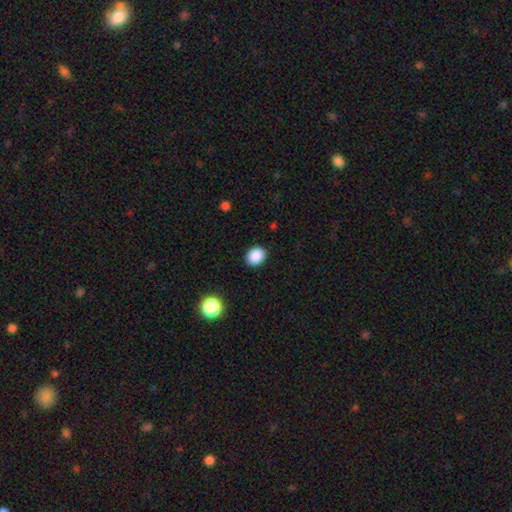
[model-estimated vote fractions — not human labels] smooth-or-featured: smooth: 88% | star or artifact: 9% | featured or disk: 3%
  how-rounded: round: 53% | in between: 46% | cigar-shaped: 1%
  merging: none: 90% | minor disturbance: 7% | major disturbance: 2% | merger: 1%